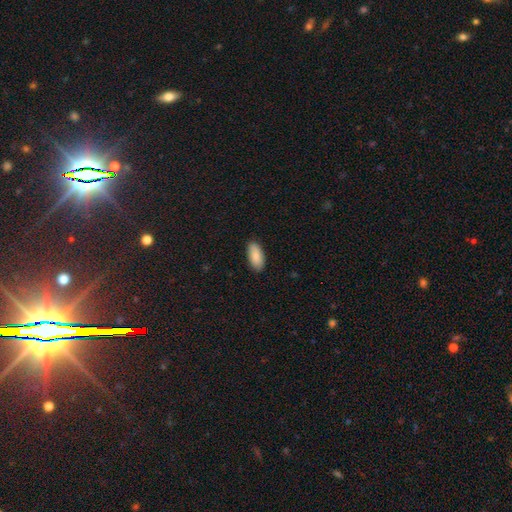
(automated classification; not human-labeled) A smooth galaxy with no disk features (86%) that is in between round and cigar-shaped (91%).

Vote fractions:
- Smooth or featured? smooth: 86% / featured or disk: 8% / star or artifact: 6%
- How rounded? in between: 91% / cigar-shaped: 8% / round: 2%
- Merging? none: 88% / minor disturbance: 9% / major disturbance: 2% / merger: 1%